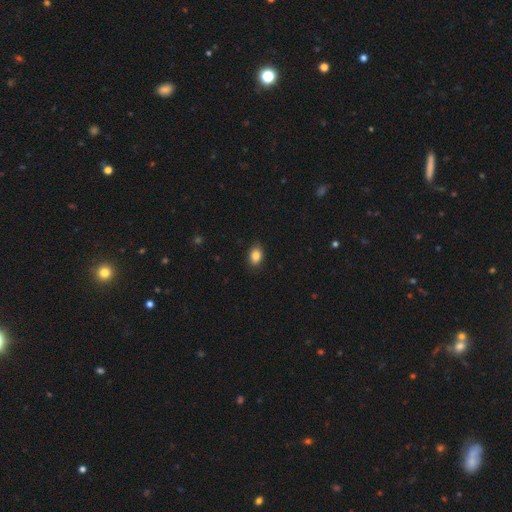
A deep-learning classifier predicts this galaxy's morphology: Overall: smooth (85%). How rounded: in between (76%). Merging: none (85%).